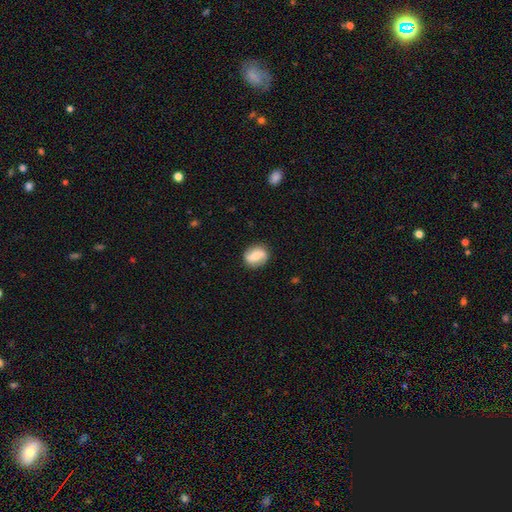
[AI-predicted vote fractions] This is possibly a smooth galaxy (55%). How rounded: possibly in between (53%). Merging: clearly none (82%).